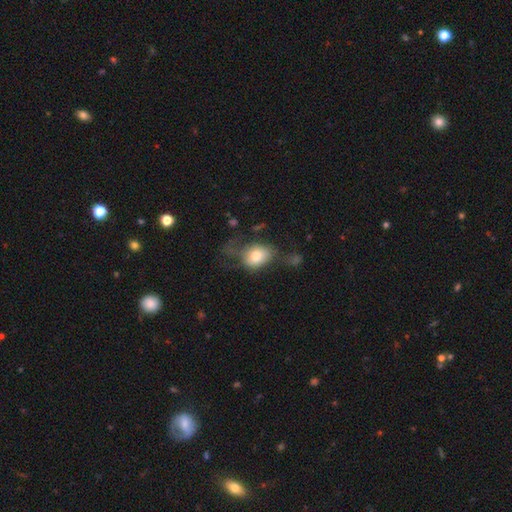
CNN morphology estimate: smooth 71%, featured or disk 20%, star or artifact 9%. Down the decision tree: how rounded — in between (54%); merging — major disturbance (38%).